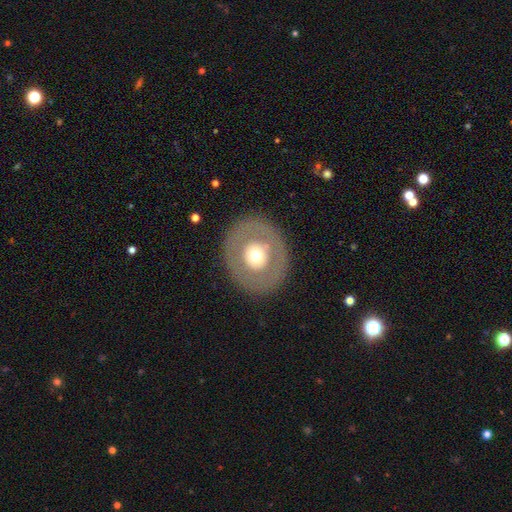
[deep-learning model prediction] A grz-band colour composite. It shows a smooth galaxy with no disk features (47%). Merging: none (85%).